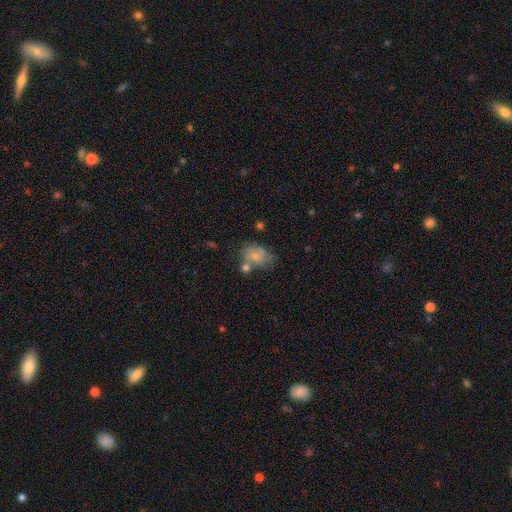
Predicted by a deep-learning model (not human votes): Morphology: type=smooth (52%); roundness=in between (67%); merging=none (36%).